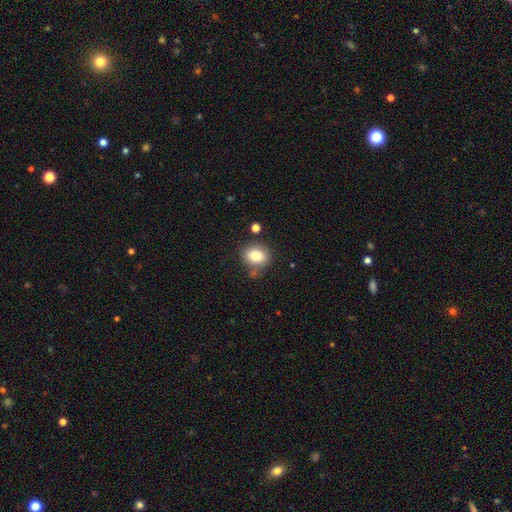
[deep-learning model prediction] Smooth or featured?
  - smooth: 83% *
  - star or artifact: 9%
  - featured or disk: 7%
How rounded?
  - round: 52% *
  - in between: 47%
  - cigar-shaped: 1%
Merging?
  - none: 75% *
  - minor disturbance: 13%
  - merger: 8%
  - major disturbance: 4%